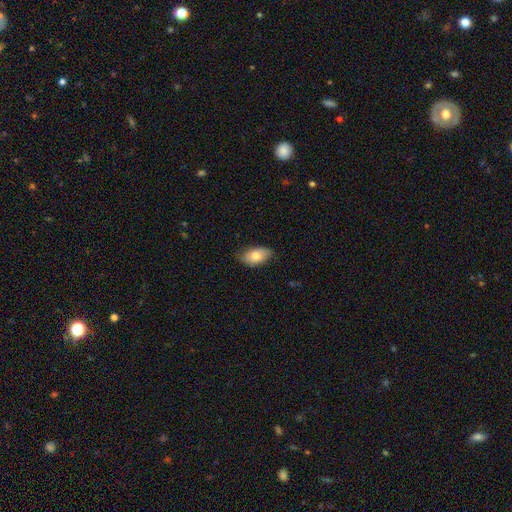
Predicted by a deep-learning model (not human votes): Overall: smooth (77%). How rounded: in between (93%). Merging: none (76%).